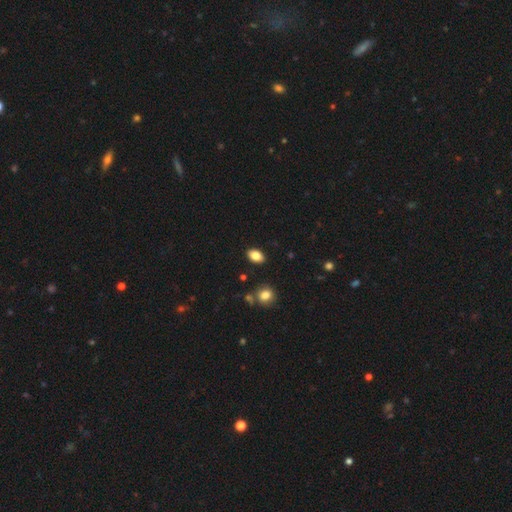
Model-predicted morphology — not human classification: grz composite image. It shows a smooth galaxy with no disk features (84%) that is in between round and cigar-shaped (87%). Merging: none (88%).